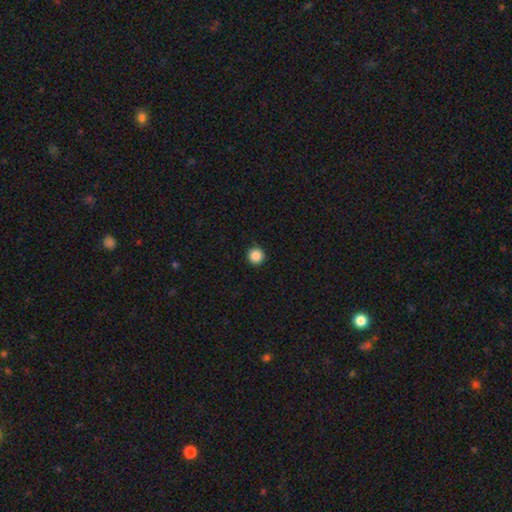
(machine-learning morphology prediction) Overall: smooth (87%). How rounded: round (97%). Merging: none (92%).